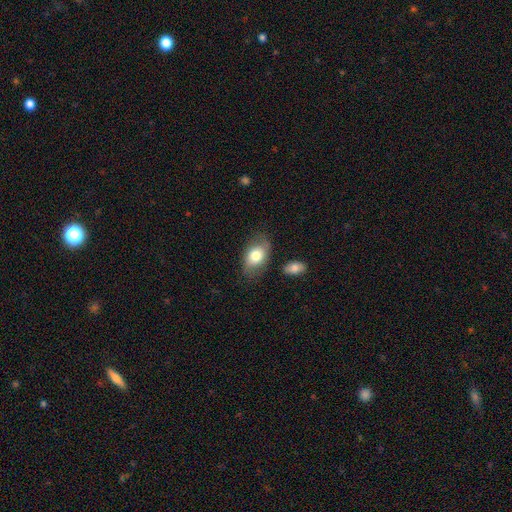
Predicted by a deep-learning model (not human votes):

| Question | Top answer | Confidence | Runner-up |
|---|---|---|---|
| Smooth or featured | smooth | 76% | featured or disk (17%) |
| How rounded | in between | 87% | round (12%) |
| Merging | none | 71% | minor disturbance (19%) |